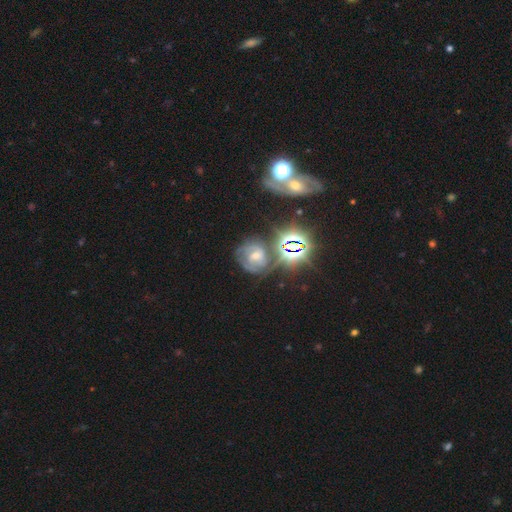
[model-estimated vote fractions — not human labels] A featured or disk galaxy (55%) with no bar (47%), spiral arms (83%) and a moderate central bulge (54%).

Vote fractions:
- Smooth or featured? featured or disk: 55% / star or artifact: 29% / smooth: 16%
- Edge-on disk? no: 96% / yes: 4%
- Bar? no: 47% / weak: 37% / strong: 15%
- Spiral arms? yes: 83% / no: 17%
- Bulge size? moderate: 54% / small: 37% / large: 5% / none: 3% / dominant: 2%
- Merging? none: 61% / minor disturbance: 18% / major disturbance: 11% / merger: 10%